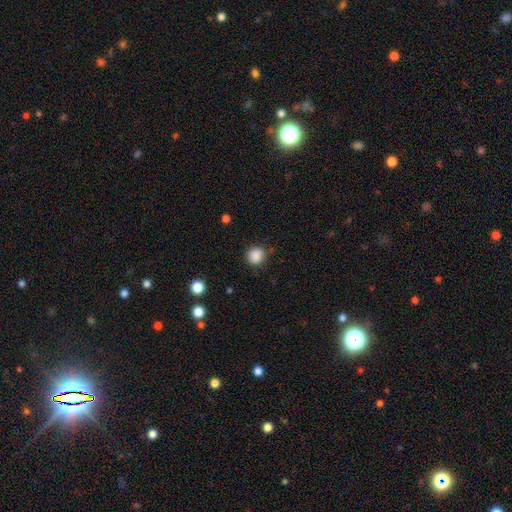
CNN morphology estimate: This is clearly a smooth galaxy (87%). How rounded: clearly round (87%). Merging: clearly none (82%).